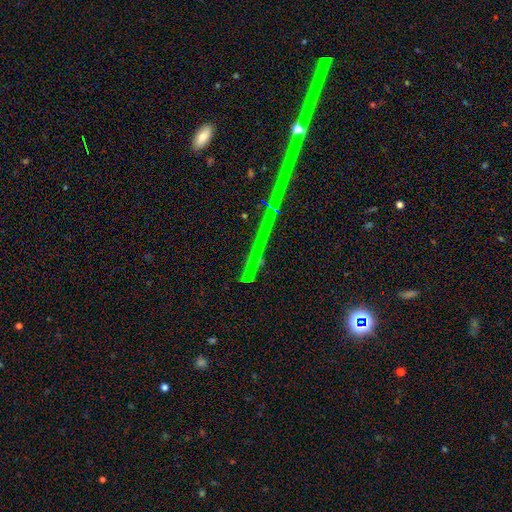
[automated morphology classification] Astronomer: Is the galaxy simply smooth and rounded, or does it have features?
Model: star or artifact — 77%.